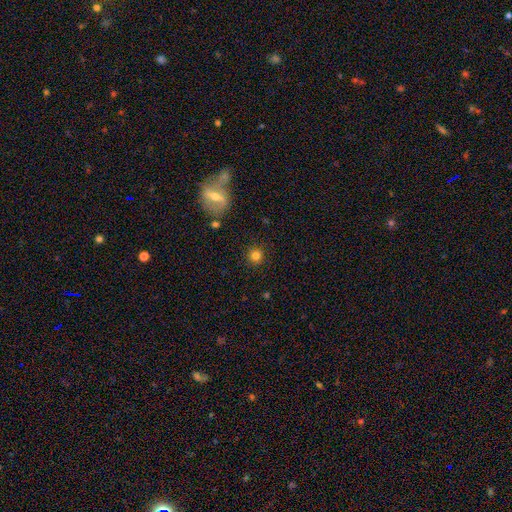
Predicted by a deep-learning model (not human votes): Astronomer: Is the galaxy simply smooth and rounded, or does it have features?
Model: smooth — 79%.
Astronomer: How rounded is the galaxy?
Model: round — 93%.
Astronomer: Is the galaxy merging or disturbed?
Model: none — 88%.